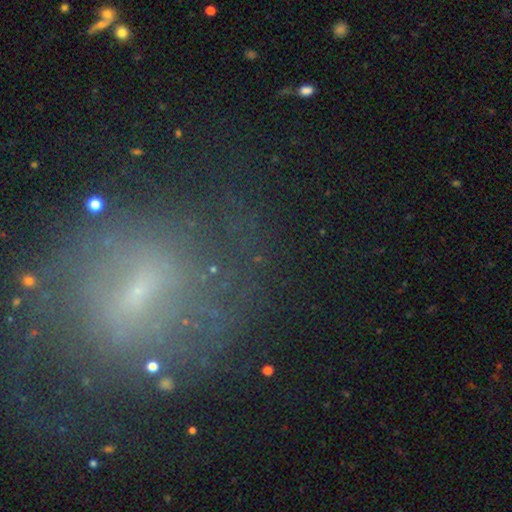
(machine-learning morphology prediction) Q: Smooth or featured?
A: featured or disk (44%); runner-up: smooth (28%)
Q: Merging?
A: none (66%); runner-up: minor disturbance (17%)